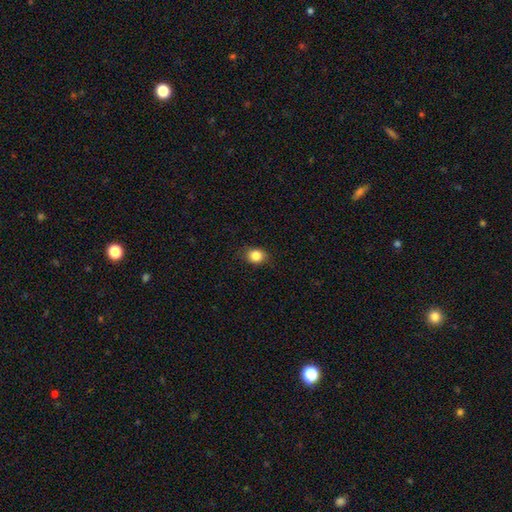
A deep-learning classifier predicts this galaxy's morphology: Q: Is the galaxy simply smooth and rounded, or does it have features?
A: smooth — 83%.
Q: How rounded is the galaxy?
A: round — 59%.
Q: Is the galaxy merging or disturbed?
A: none — 84%.